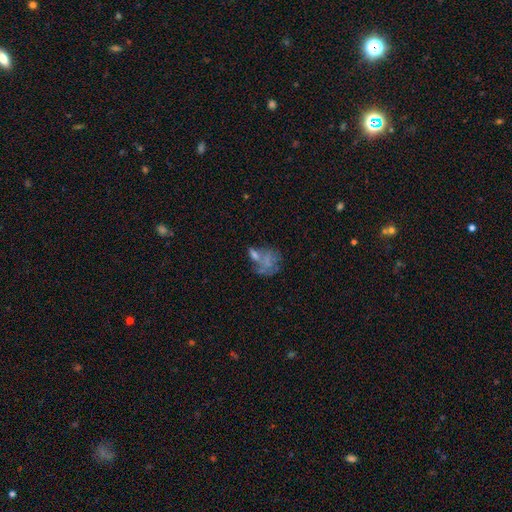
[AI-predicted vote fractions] featured or disk 40% (tied), smooth 40% (tied), star or artifact 19%. Down the decision tree: merging — none (33%).